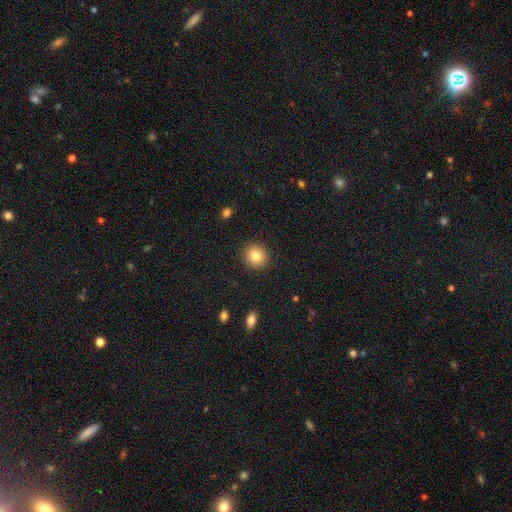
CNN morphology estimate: type=smooth (84%); roundness=round (86%); merging=none (90%).